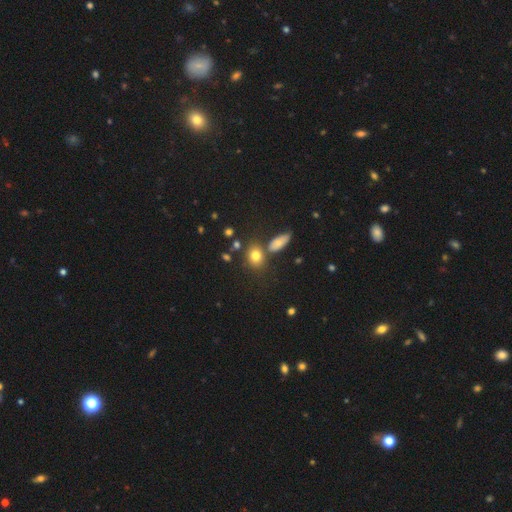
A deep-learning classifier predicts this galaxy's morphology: The model was most divided on "how rounded": in between: 49%, round: 48%, cigar-shaped: 3%. More confident: smooth or featured — smooth (77%); merging — none (62%).